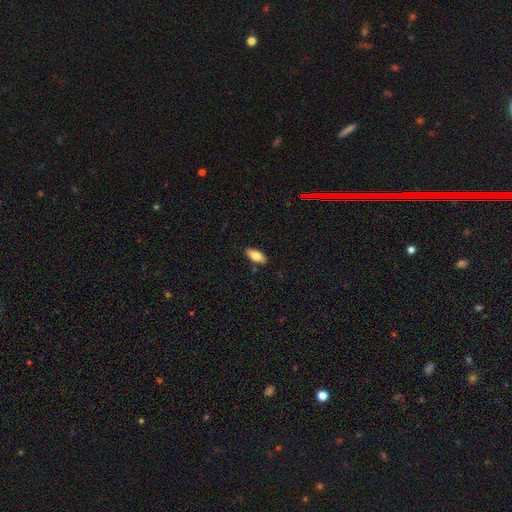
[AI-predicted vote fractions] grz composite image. It shows a smooth galaxy with no disk features (76%) that is in between round and cigar-shaped (88%). Merging: none (88%).